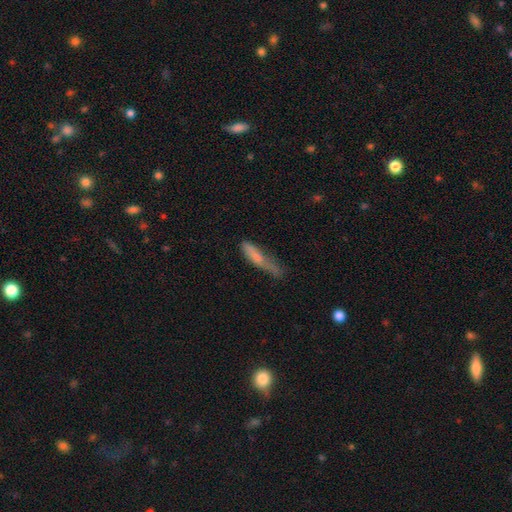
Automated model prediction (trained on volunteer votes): A smooth galaxy with no disk features (68%) that is cigar-shaped (82%).

Vote fractions:
- Smooth or featured? smooth: 68% / featured or disk: 23% / star or artifact: 9%
- How rounded? cigar-shaped: 82% / in between: 16% / round: 2%
- Merging? none: 38% / minor disturbance: 33% / major disturbance: 22% / merger: 6%